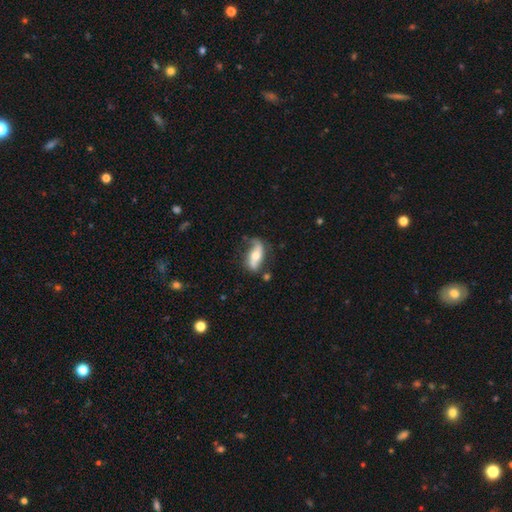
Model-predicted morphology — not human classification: Smooth or featured: featured or disk — 62% (smooth — 32%)
Edge-on disk: no — 78% (yes — 22%)
Merging: none — 63% (minor disturbance — 24%)